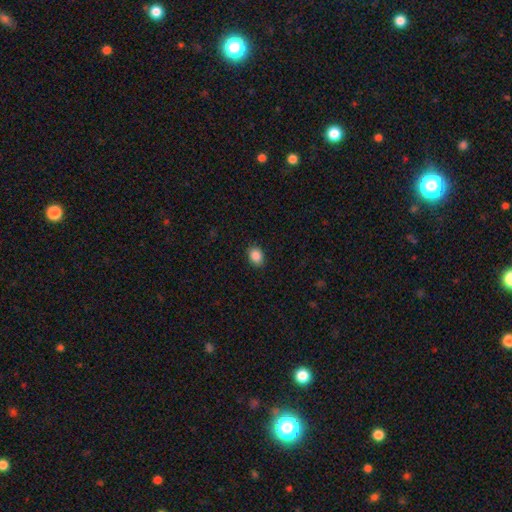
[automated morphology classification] smooth-or-featured: smooth: 87% | star or artifact: 9% | featured or disk: 4%
  how-rounded: in between: 67% | round: 32% | cigar-shaped: 1%
  merging: none: 88% | minor disturbance: 9% | major disturbance: 2% | merger: 1%